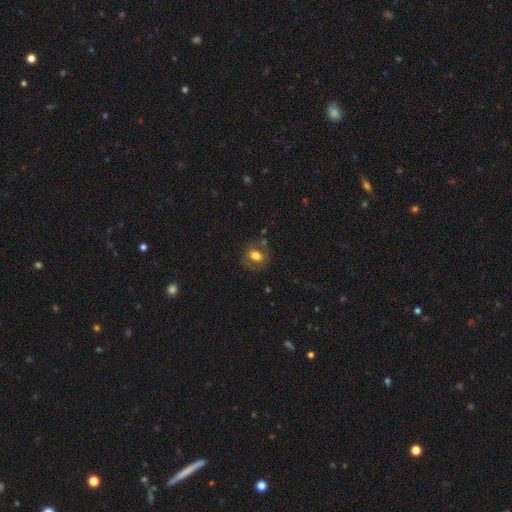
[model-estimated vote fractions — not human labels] Q: Smooth or featured?
A: smooth (65%); runner-up: featured or disk (26%)
Q: How rounded?
A: in between (61%); runner-up: round (37%)
Q: Merging?
A: none (68%); runner-up: minor disturbance (18%)